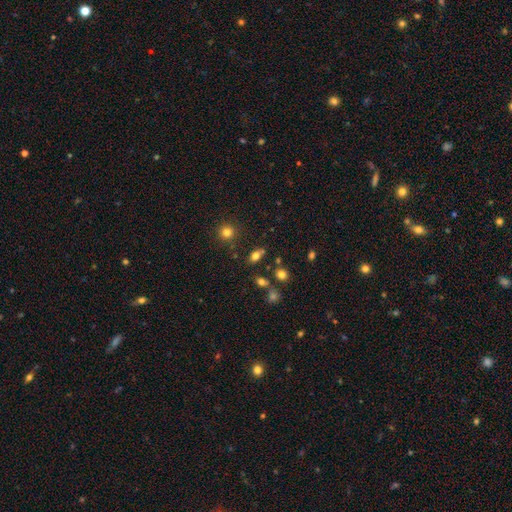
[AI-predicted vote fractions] Smooth or featured? Predicted: smooth (p=0.76). How rounded? Predicted: in between (p=0.75). Merging? Predicted: none (p=0.70).